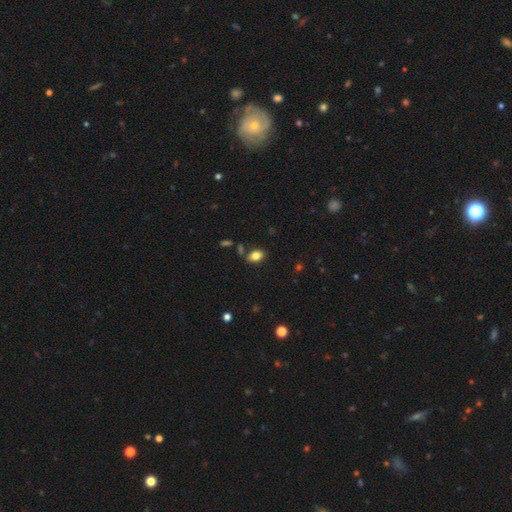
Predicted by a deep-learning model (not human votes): Overall: smooth (81%). How rounded: in between (81%). Merging: none (79%).